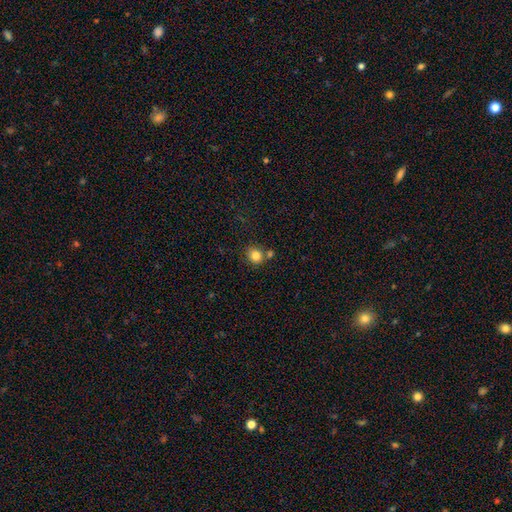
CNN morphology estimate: type=smooth (82%); roundness=round (80%); merging=none (68%).